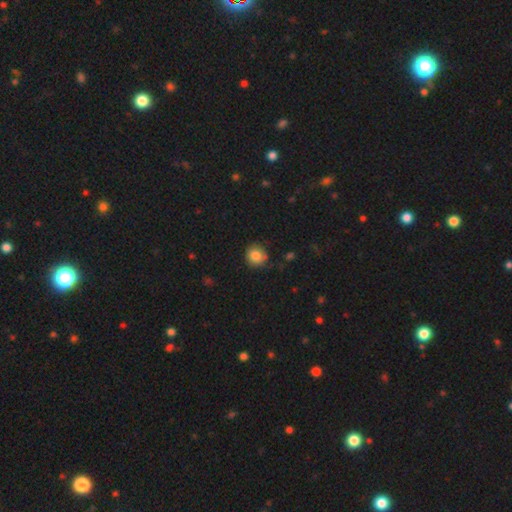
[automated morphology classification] Overall: smooth (84%). How rounded: round (88%). Merging: none (78%).